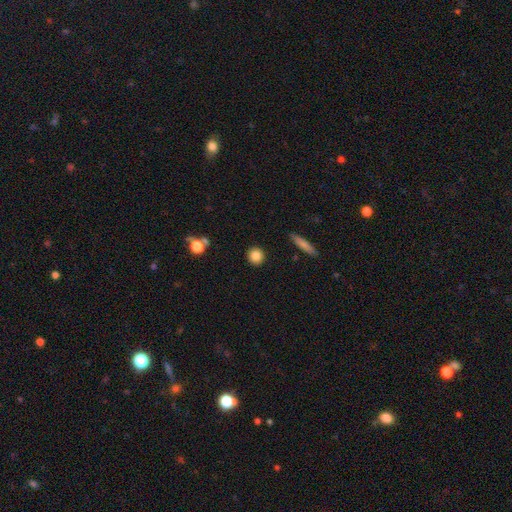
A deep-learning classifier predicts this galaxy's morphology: A smooth galaxy with no disk features (84%) that is round (90%). Merging: none (91%).